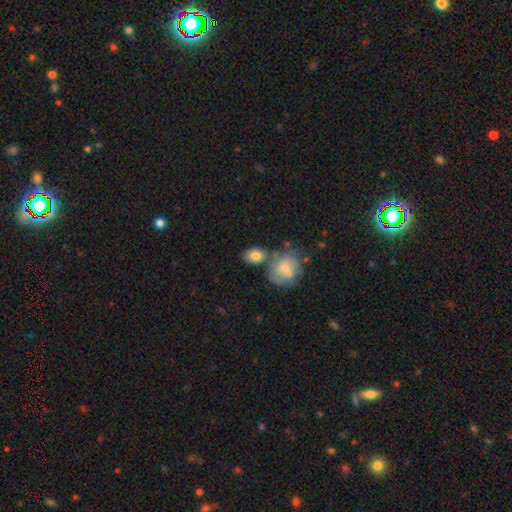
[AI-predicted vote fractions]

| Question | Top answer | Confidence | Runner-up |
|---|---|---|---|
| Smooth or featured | smooth | 79% | featured or disk (14%) |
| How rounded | in between | 71% | round (28%) |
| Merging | none | 55% | merger (25%) |